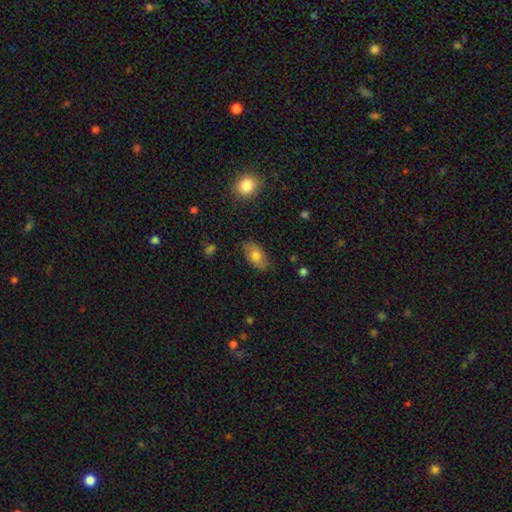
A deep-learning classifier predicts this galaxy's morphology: Smooth or featured? Predicted: smooth (p=0.69). How rounded? Predicted: in between (p=0.92). Merging? Predicted: none (p=0.81).